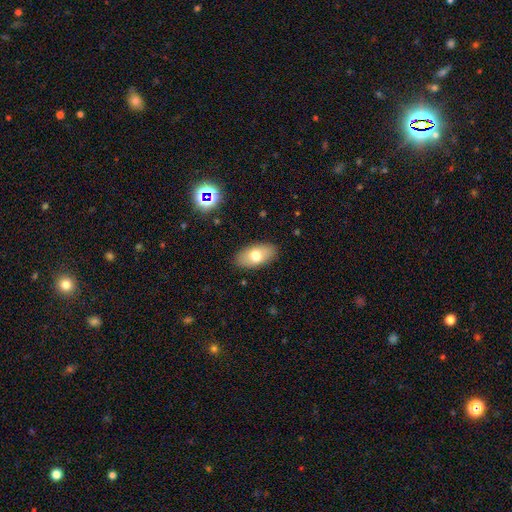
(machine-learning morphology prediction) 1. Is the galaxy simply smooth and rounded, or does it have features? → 69% smooth, 22% featured or disk, 8% star or artifact.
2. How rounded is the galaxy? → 92% in between, 5% round, 3% cigar-shaped.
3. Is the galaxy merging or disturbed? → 87% none, 9% minor disturbance, 2% major disturbance, 1% merger.